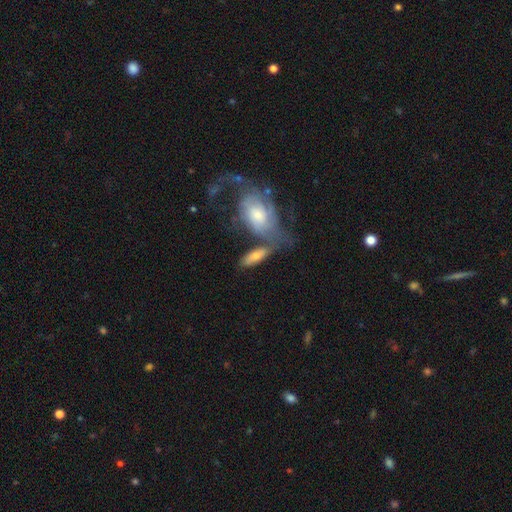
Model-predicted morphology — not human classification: Smooth or featured?
  - smooth: 62% *
  - featured or disk: 31%
  - star or artifact: 7%
How rounded?
  - in between: 73% *
  - cigar-shaped: 23%
  - round: 4%
Merging?
  - none: 44% *
  - merger: 31%
  - minor disturbance: 17%
  - major disturbance: 8%